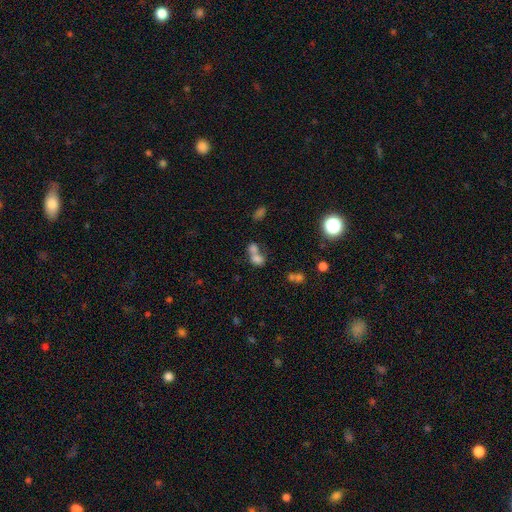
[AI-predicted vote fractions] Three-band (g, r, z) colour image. It shows a smooth galaxy with no disk features (70%) that is in between round and cigar-shaped (60%). Merging: merger (65%).